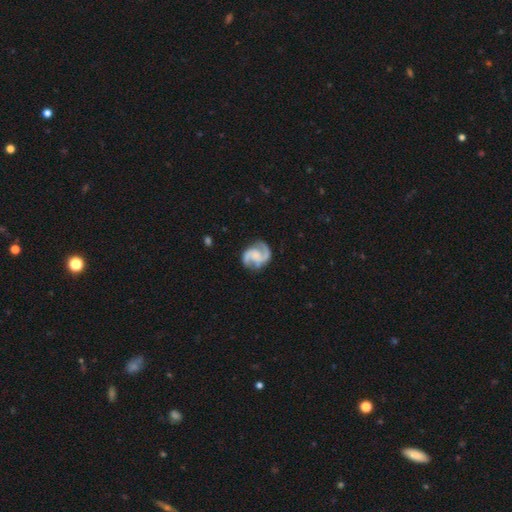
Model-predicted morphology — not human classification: Smooth or featured?
  - featured or disk: 89% *
  - smooth: 6%
  - star or artifact: 4%
Edge-on disk?
  - no: 98% *
  - yes: 2%
Bar?
  - no: 51% *
  - weak: 37%
  - strong: 11%
Spiral arms?
  - yes: 98% *
  - no: 2%
Spiral winding?
  - medium: 56% *
  - loose: 24%
  - tight: 20%
Spiral arm count?
  - 2: 92% *
  - 3: 2%
  - can't tell: 2%
  - 1: 1%
  - 4: 1%
  - more than 4: 1%
Bulge size?
  - none: 48% *
  - small: 25%
  - moderate: 19%
  - large: 6%
  - dominant: 2%
Merging?
  - none: 78% *
  - minor disturbance: 15%
  - major disturbance: 6%
  - merger: 2%